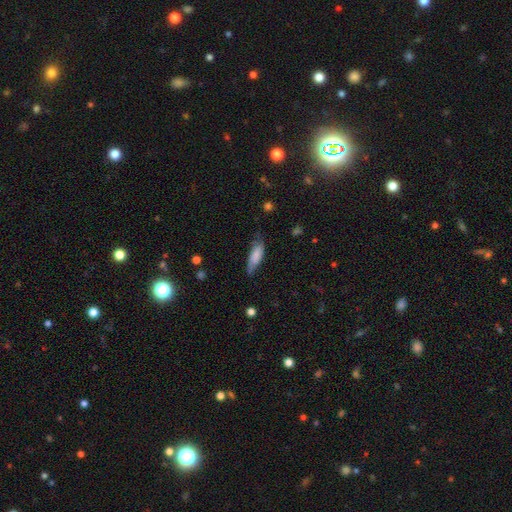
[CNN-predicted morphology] Smooth or featured? Predicted: smooth (p=0.70). How rounded? Predicted: in between (p=0.56). Merging? Predicted: none (p=0.59).